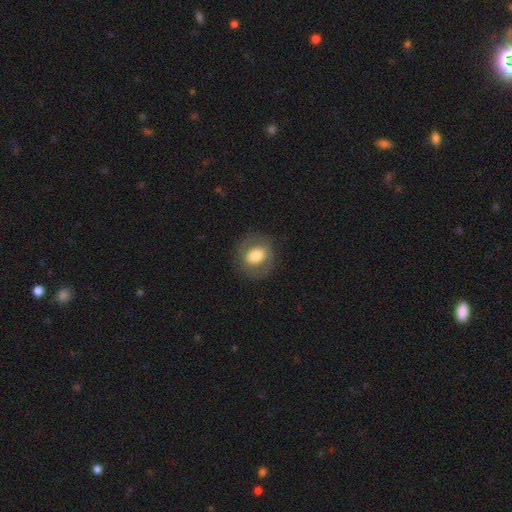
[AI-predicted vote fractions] smooth_or_featured: smooth (p=0.60) [alt: featured or disk p=0.33]
how_rounded: round (p=0.67) [alt: in between p=0.32]
merging: none (p=0.82) [alt: minor disturbance p=0.11]